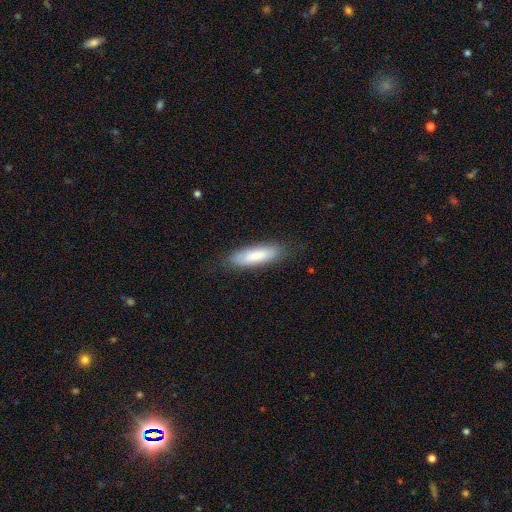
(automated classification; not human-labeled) smooth_or_featured: smooth (p=0.80) [alt: featured or disk p=0.15]
how_rounded: cigar-shaped (p=0.59) [alt: in between p=0.39]
merging: none (p=0.80) [alt: minor disturbance p=0.15]